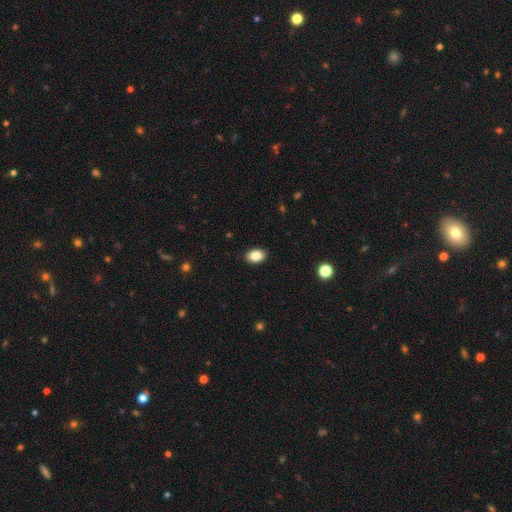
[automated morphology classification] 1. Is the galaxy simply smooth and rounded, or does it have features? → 86% smooth, 8% star or artifact, 5% featured or disk.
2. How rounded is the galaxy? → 82% in between, 17% round, 1% cigar-shaped.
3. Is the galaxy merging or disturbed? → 90% none, 7% minor disturbance, 2% major disturbance, 1% merger.